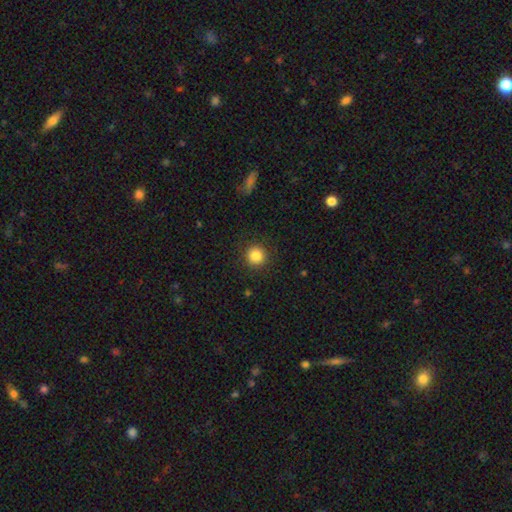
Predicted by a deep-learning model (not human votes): Overall: smooth (84%). How rounded: round (94%). Merging: none (90%).